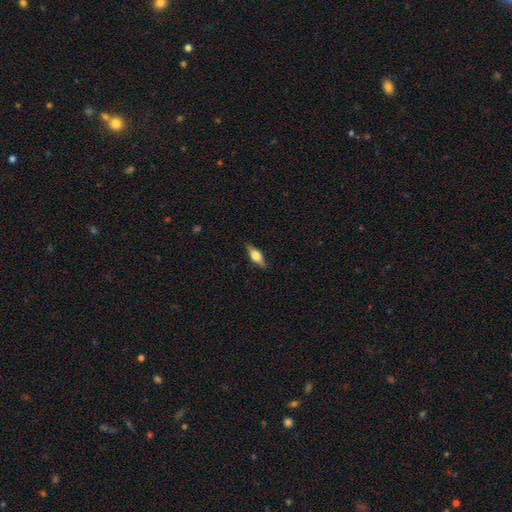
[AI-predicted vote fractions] Smooth or featured: featured or disk — 57% (smooth — 37%)
Edge-on disk: yes — 94% (no — 6%)
Edge-on bulge: rounded — 90% (boxy — 8%)
Merging: none — 85% (minor disturbance — 11%)